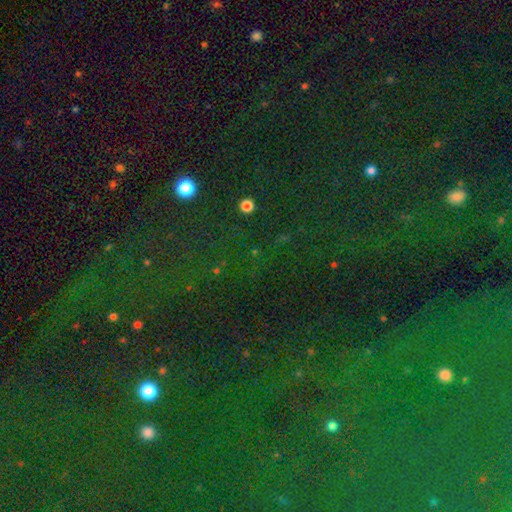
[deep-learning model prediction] A star or artifact, not a galaxy (78%).